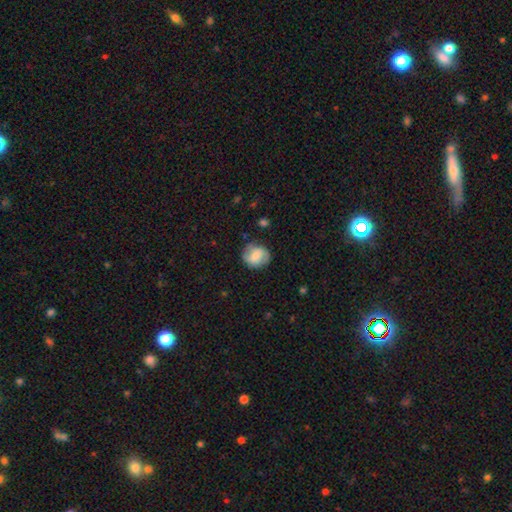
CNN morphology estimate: type=smooth (61%); roundness=round (72%); merging=none (72%).